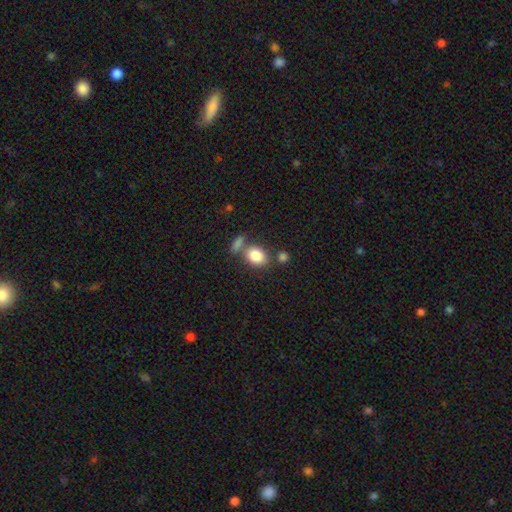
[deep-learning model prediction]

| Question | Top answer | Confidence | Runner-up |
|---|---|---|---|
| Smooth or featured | smooth | 84% | star or artifact (9%) |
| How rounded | in between | 60% | round (38%) |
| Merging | none | 58% | merger (26%) |